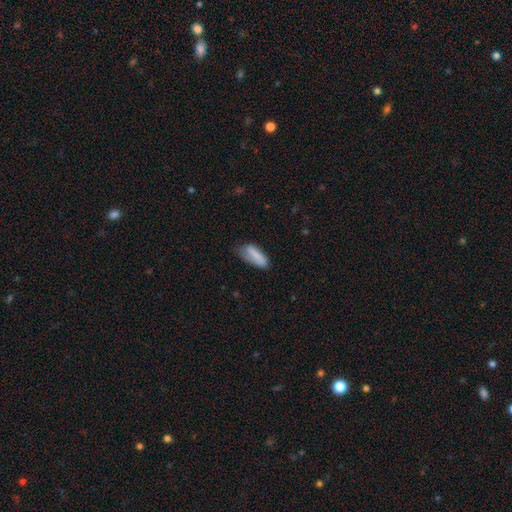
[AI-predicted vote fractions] Morphology: type=smooth (79%); roundness=in between (68%); merging=none (53%).